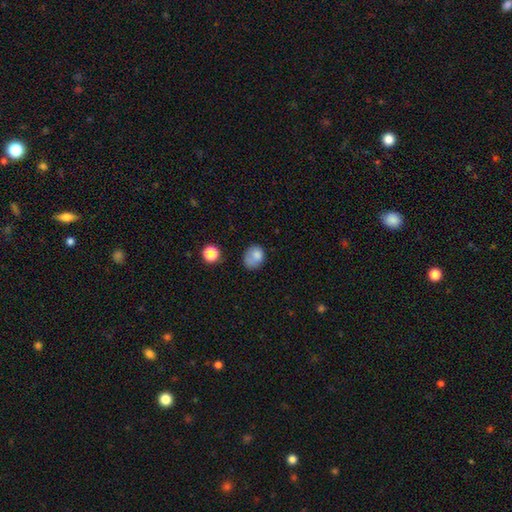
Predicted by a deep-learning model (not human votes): Smooth or featured?
  - smooth: 79% *
  - star or artifact: 11%
  - featured or disk: 10%
How rounded?
  - in between: 52% *
  - round: 47%
  - cigar-shaped: 1%
Merging?
  - none: 50% *
  - minor disturbance: 28%
  - major disturbance: 14%
  - merger: 7%